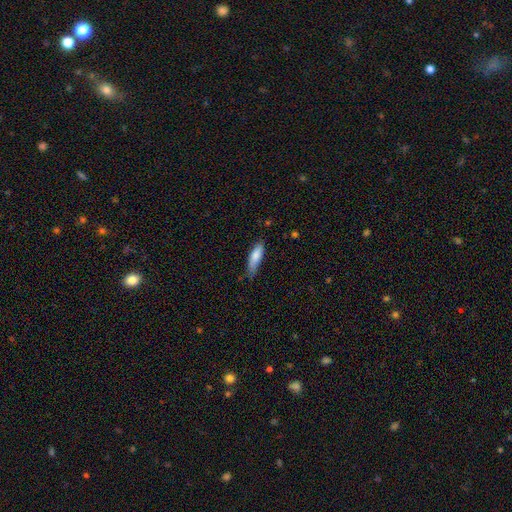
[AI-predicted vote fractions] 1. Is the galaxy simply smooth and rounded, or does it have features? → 82% smooth, 12% featured or disk, 6% star or artifact.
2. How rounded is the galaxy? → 56% cigar-shaped, 43% in between, 2% round.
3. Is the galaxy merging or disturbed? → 62% none, 30% minor disturbance, 6% major disturbance, 2% merger.